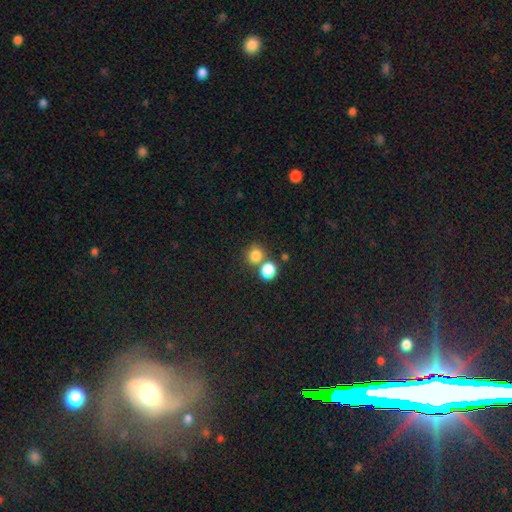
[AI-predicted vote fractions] Smooth or featured: smooth — 82% (star or artifact — 12%)
How rounded: round — 79% (in between — 20%)
Merging: none — 57% (merger — 33%)